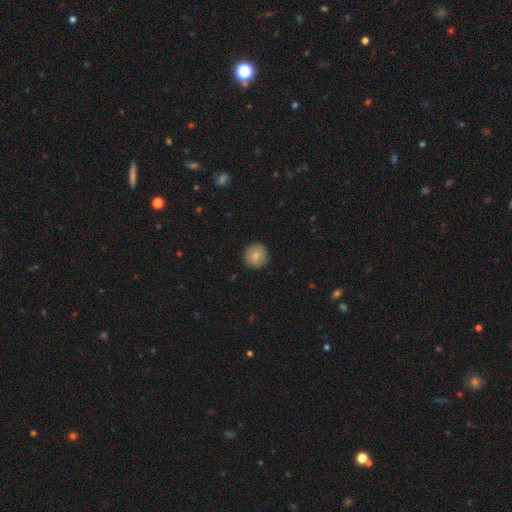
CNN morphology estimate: This appears to be a smooth galaxy with no disk features (82%) that is round (95%). Merging: none (89%).